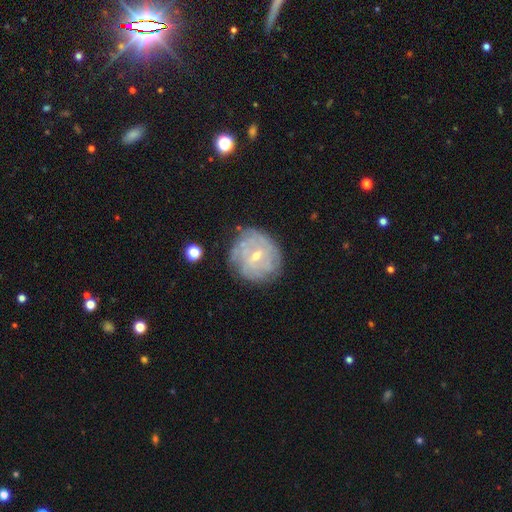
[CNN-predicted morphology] Smooth or featured: featured or disk — 71% (smooth — 21%)
Edge-on disk: no — 97% (yes — 3%)
Bar: no — 48% (weak — 44%)
Spiral arms: yes — 75% (no — 25%)
Spiral winding: tight — 72% (medium — 20%)
Spiral arm count: can't tell — 61% (2 — 10%)
Bulge size: small — 65% (moderate — 32%)
Merging: none — 71% (minor disturbance — 19%)